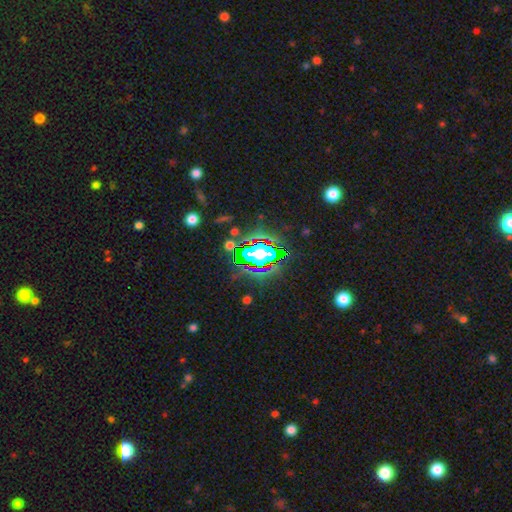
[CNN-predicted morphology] Smooth or featured?
  - star or artifact: 75% *
  - smooth: 14%
  - featured or disk: 11%